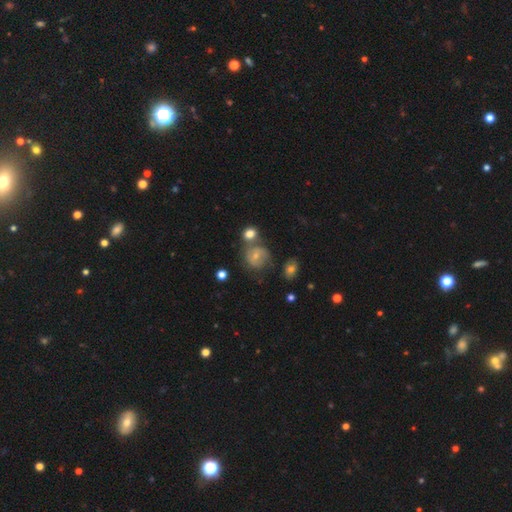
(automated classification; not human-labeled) A smooth galaxy with no disk features (51%) that is round (77%).

Vote fractions:
- Smooth or featured? smooth: 51% / featured or disk: 37% / star or artifact: 12%
- How rounded? round: 77% / in between: 22% / cigar-shaped: 1%
- Merging? none: 52% / minor disturbance: 19% / merger: 19% / major disturbance: 10%